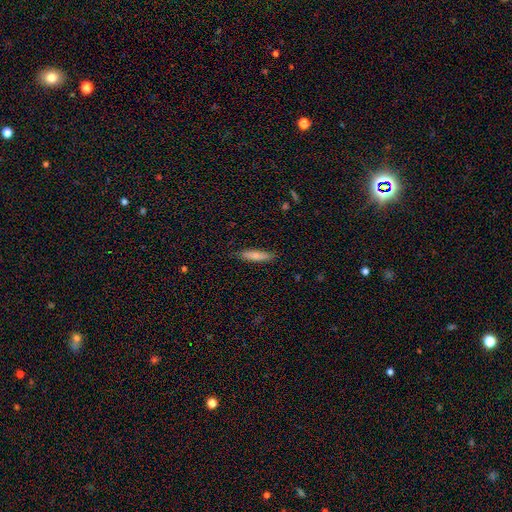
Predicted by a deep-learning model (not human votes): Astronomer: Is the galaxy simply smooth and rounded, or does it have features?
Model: smooth — 76%.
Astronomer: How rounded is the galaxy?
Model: cigar-shaped — 76%.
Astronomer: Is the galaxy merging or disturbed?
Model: none — 85%.